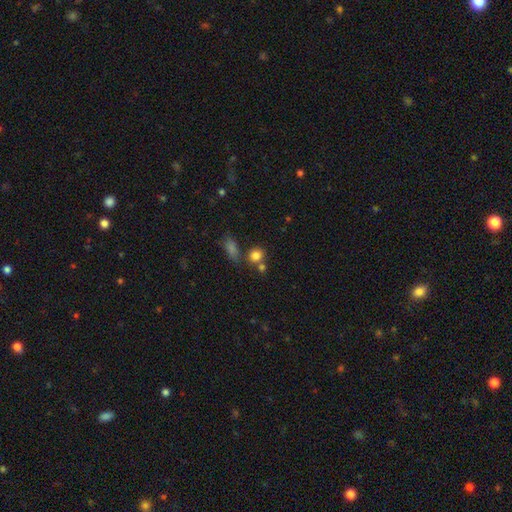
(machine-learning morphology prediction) Smooth or featured: smooth — 80% (star or artifact — 13%)
How rounded: round — 78% (in between — 20%)
Merging: none — 61% (merger — 24%)